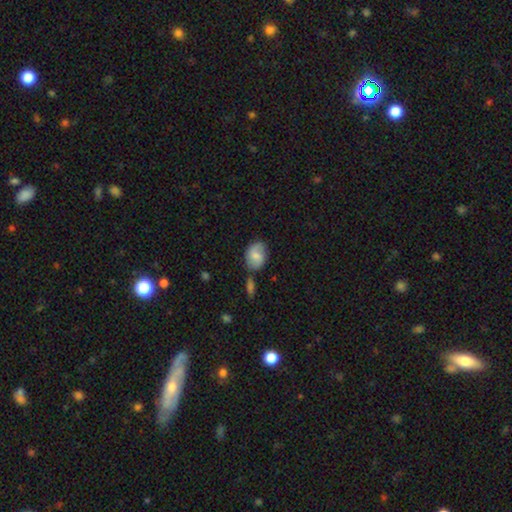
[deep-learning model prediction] Smooth or featured? Predicted: smooth (p=0.66). How rounded? Predicted: in between (p=0.70). Merging? Predicted: none (p=0.63).